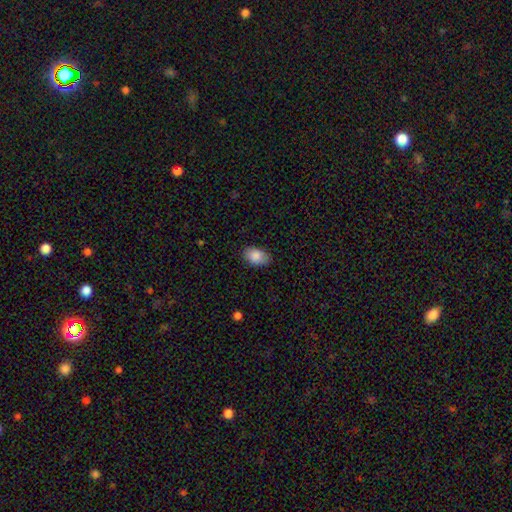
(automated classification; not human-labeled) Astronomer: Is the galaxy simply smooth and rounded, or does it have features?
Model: smooth — 87%.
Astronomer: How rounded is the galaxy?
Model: in between — 89%.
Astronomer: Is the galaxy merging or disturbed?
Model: none — 83%.